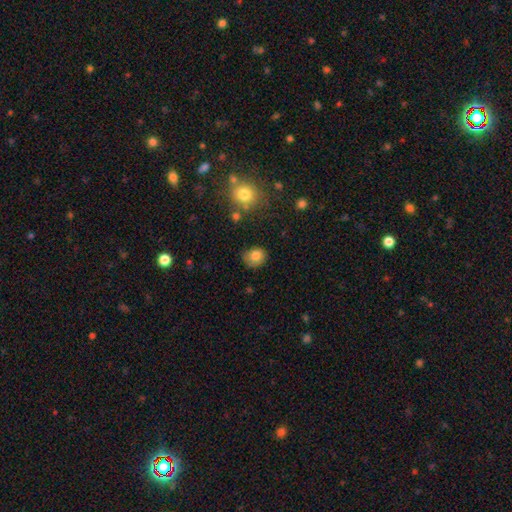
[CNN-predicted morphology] smooth-or-featured: smooth: 80% | star or artifact: 10% | featured or disk: 10%
  how-rounded: round: 63% | in between: 36% | cigar-shaped: 1%
  merging: none: 74% | minor disturbance: 19% | major disturbance: 5% | merger: 3%